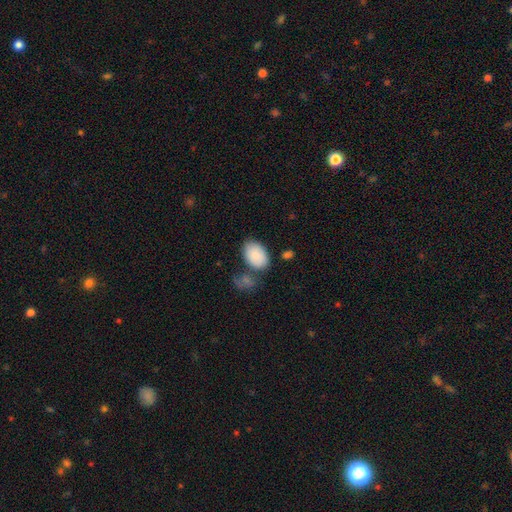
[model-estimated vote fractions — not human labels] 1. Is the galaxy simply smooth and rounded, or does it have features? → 86% smooth, 7% featured or disk, 6% star or artifact.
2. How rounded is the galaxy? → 88% in between, 11% round, 1% cigar-shaped.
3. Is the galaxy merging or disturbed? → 62% none, 18% minor disturbance, 14% merger, 6% major disturbance.